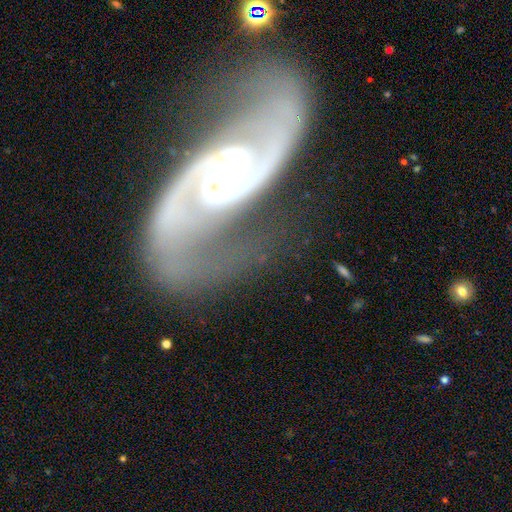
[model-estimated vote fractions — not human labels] Smooth or featured?
  - featured or disk: 93% *
  - star or artifact: 4%
  - smooth: 3%
Edge-on disk?
  - no: 97% *
  - yes: 3%
Bar?
  - weak: 42% *
  - no: 35%
  - strong: 23%
Spiral arms?
  - yes: 98% *
  - no: 2%
Spiral winding?
  - medium: 56% *
  - loose: 25%
  - tight: 19%
Spiral arm count?
  - 2: 93% *
  - can't tell: 2%
  - 3: 1%
  - 1: 1%
  - 4: 1%
  - more than 4: 1%
Bulge size?
  - small: 51% *
  - moderate: 40%
  - large: 4%
  - none: 3%
  - dominant: 1%
Merging?
  - none: 64% *
  - minor disturbance: 18%
  - major disturbance: 14%
  - merger: 5%